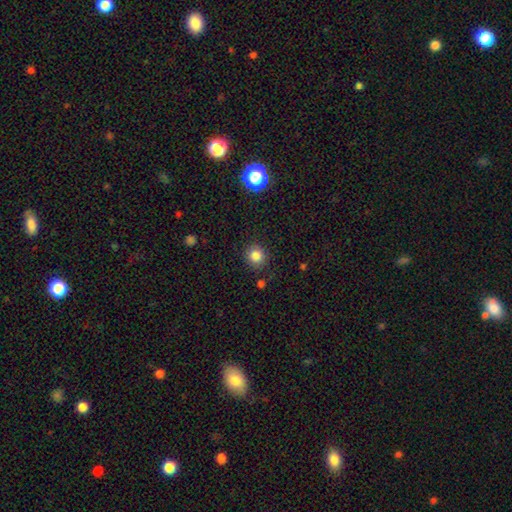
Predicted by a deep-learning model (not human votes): Morphology: type=smooth (83%); roundness=round (88%); merging=none (86%).